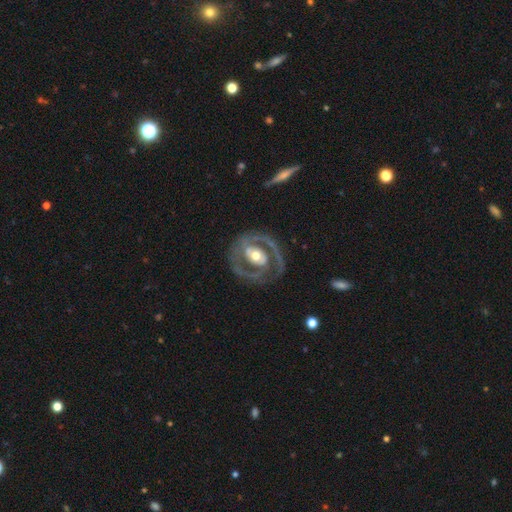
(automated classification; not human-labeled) The model was most divided on "spiral winding": tight: 46%, medium: 42%, loose: 13%. Remaining: edge-on disk — no (97%); smooth or featured — featured or disk (86%); spiral arms — yes (81%); spiral arm count — 2 (78%); merging — none (76%); bulge size — moderate (70%); bar — no (46%).